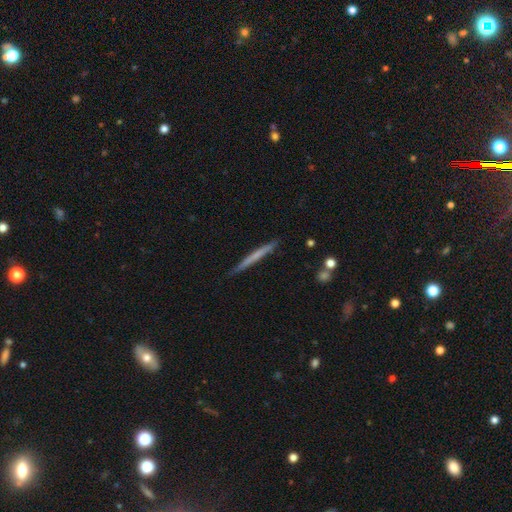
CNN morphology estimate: This appears to be a smooth galaxy with no disk features (49%). Merging: none (89%).